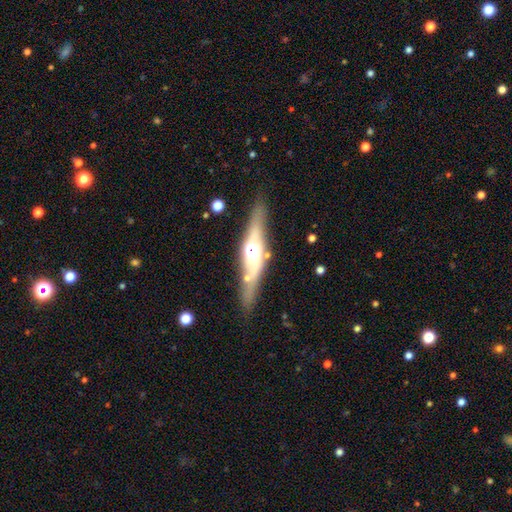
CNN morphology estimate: Q: Smooth or featured?
A: featured or disk (62%); runner-up: smooth (30%)
Q: Edge-on disk?
A: yes (85%); runner-up: no (15%)
Q: Edge-on bulge?
A: rounded (89%); runner-up: boxy (6%)
Q: Merging?
A: none (81%); runner-up: minor disturbance (11%)